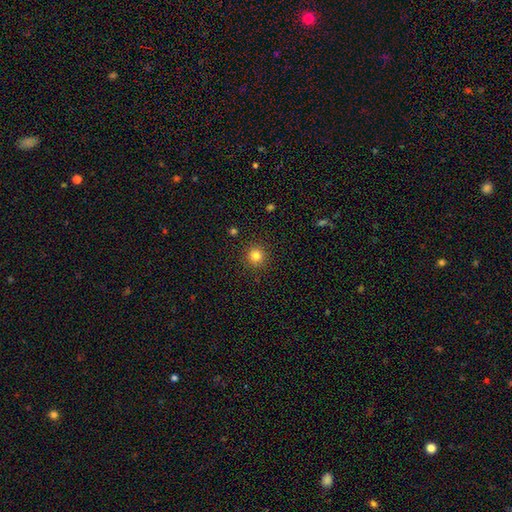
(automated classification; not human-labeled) Smooth or featured? Predicted: smooth (p=0.82). How rounded? Predicted: round (p=0.94). Merging? Predicted: none (p=0.91).